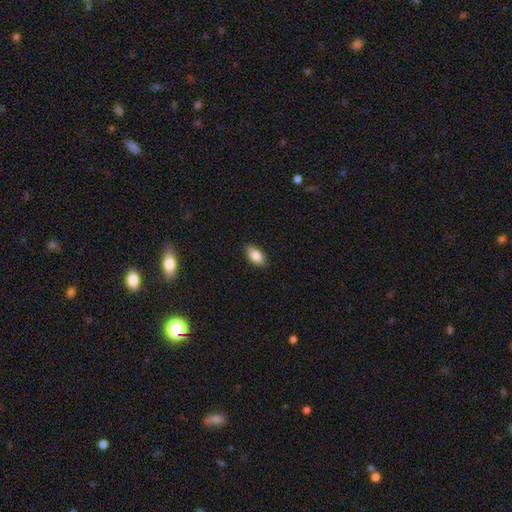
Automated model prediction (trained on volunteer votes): smooth 84%, featured or disk 10%, star or artifact 7%. Down the decision tree: how rounded — in between (91%); merging — none (89%).